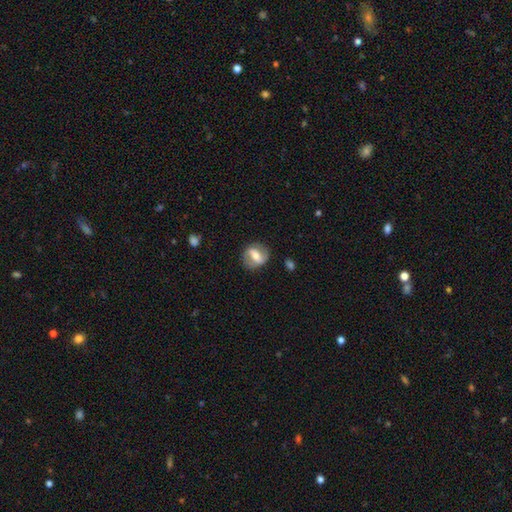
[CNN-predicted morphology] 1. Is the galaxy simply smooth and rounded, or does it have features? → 60% featured or disk, 34% smooth, 7% star or artifact.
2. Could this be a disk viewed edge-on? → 93% no, 7% yes.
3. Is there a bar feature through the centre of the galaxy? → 53% strong, 32% weak, 15% no.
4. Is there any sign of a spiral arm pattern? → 63% yes, 37% no.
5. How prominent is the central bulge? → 63% moderate, 21% small, 12% large, 2% none, 2% dominant.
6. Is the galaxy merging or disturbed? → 78% none, 14% minor disturbance, 6% major disturbance, 2% merger.